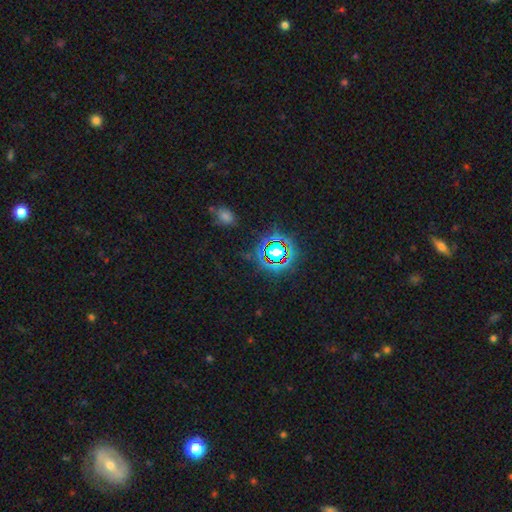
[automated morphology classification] A star or artifact, not a galaxy (73%).

Vote fractions:
- Smooth or featured? star or artifact: 73% / smooth: 17% / featured or disk: 10%